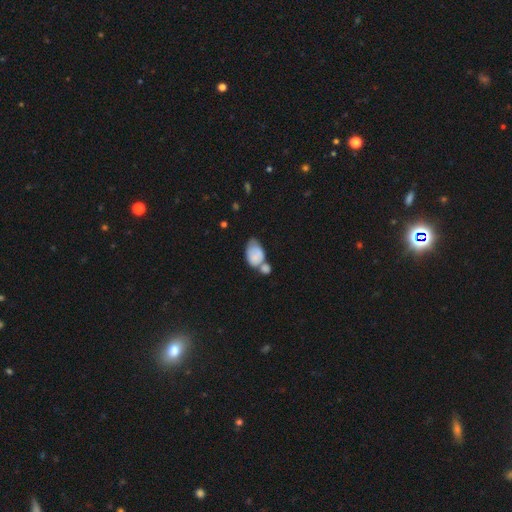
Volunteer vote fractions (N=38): Morphology: type=smooth (84%); roundness=in between (81%); merging=merger (65%).